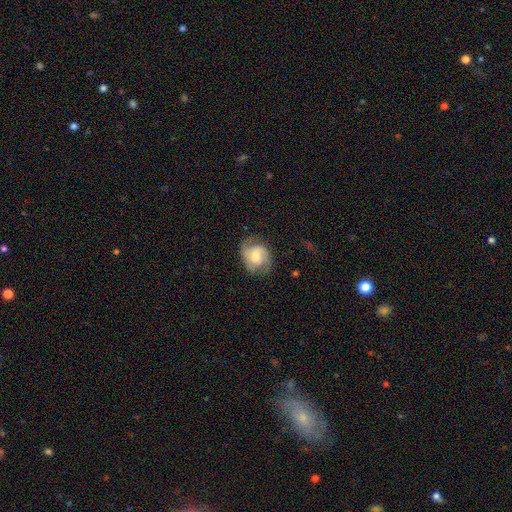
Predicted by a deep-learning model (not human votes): Smooth or featured?
  - featured or disk: 62% *
  - smooth: 31%
  - star or artifact: 7%
Edge-on disk?
  - no: 97% *
  - yes: 3%
Bar?
  - no: 62% *
  - weak: 32%
  - strong: 6%
Spiral arms?
  - yes: 90% *
  - no: 10%
Spiral winding?
  - medium: 46% *
  - tight: 34%
  - loose: 20%
Spiral arm count?
  - 2: 74% *
  - can't tell: 12%
  - 3: 7%
  - 1: 4%
  - 4: 2%
  - more than 4: 2%
Bulge size?
  - moderate: 51% *
  - small: 33%
  - large: 10%
  - none: 4%
  - dominant: 2%
Merging?
  - none: 67% *
  - minor disturbance: 22%
  - major disturbance: 10%
  - merger: 1%